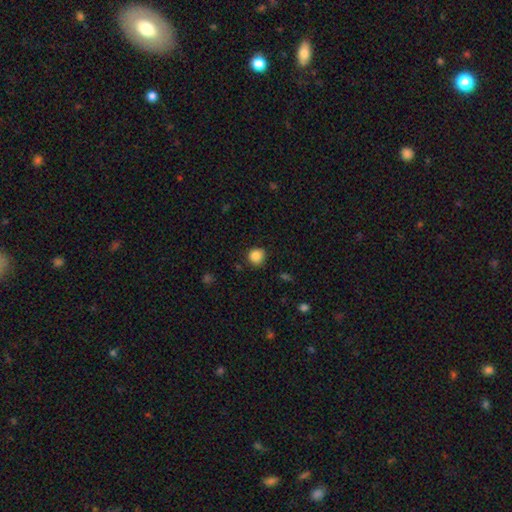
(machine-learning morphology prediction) This is clearly a smooth galaxy (86%). How rounded: clearly round (92%). Merging: clearly none (86%).